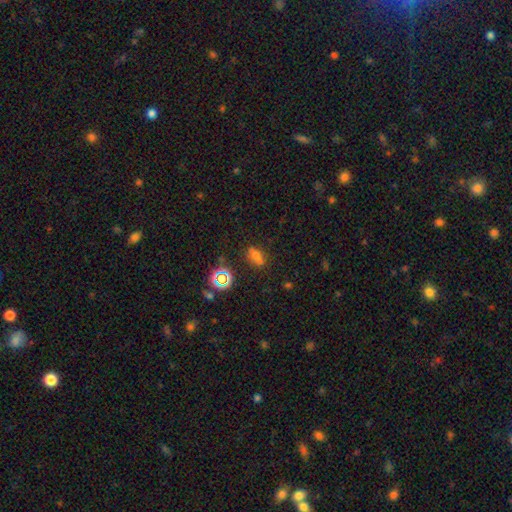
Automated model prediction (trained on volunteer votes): A smooth galaxy with no disk features (54%) that is in between round and cigar-shaped (58%). Merging: none (55%).